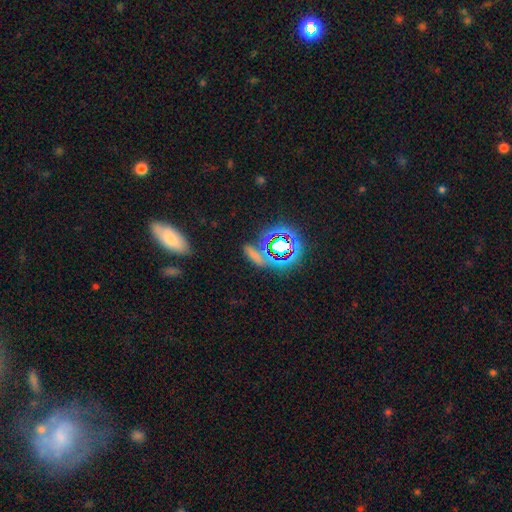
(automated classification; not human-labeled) Smooth or featured: star or artifact — 50% (smooth — 39%)